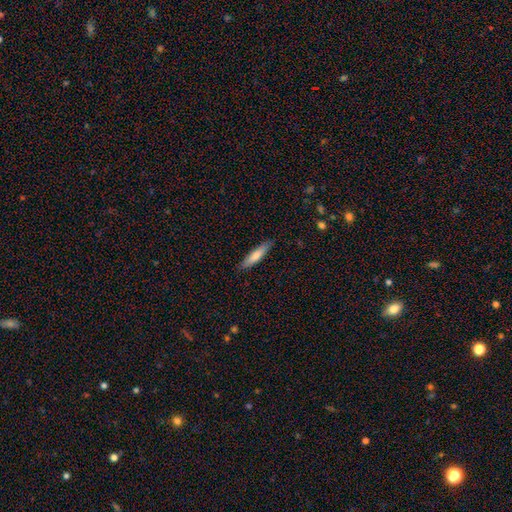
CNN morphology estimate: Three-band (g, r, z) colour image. It shows a smooth galaxy with no disk features (72%) that is cigar-shaped (84%). Merging: none (88%).